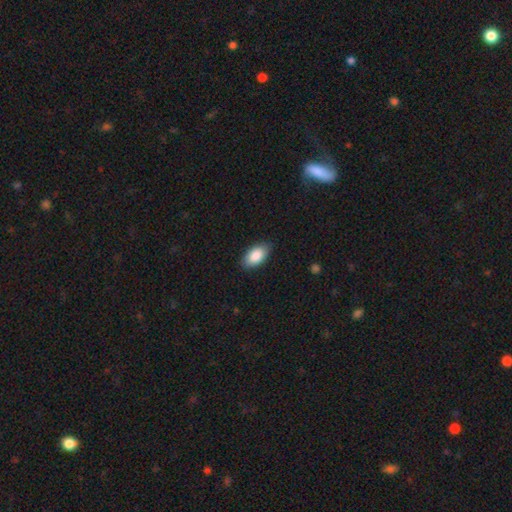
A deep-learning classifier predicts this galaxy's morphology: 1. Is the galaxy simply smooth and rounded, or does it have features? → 87% smooth, 7% featured or disk, 6% star or artifact.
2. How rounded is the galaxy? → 94% in between, 4% round, 3% cigar-shaped.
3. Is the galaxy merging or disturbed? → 84% none, 12% minor disturbance, 2% major disturbance, 1% merger.